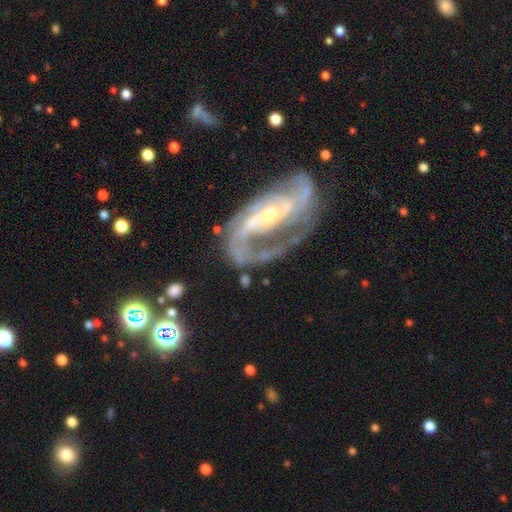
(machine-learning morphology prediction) This is clearly a featured or disk galaxy (89%). It is clearly not viewed edge-on (95%). Bar: possibly strong (46%). Spiral arm pattern: clearly yes (96%). Spiral arm count: likely 2 (79%). Spiral winding: possibly medium (49%). Central bulge: likely small (62%). Merging: likely none (63%).